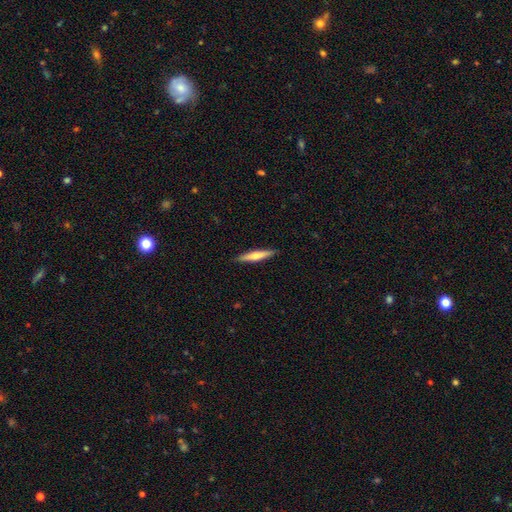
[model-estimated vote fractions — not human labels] Morphology: type=smooth (49%); merging=none (90%).